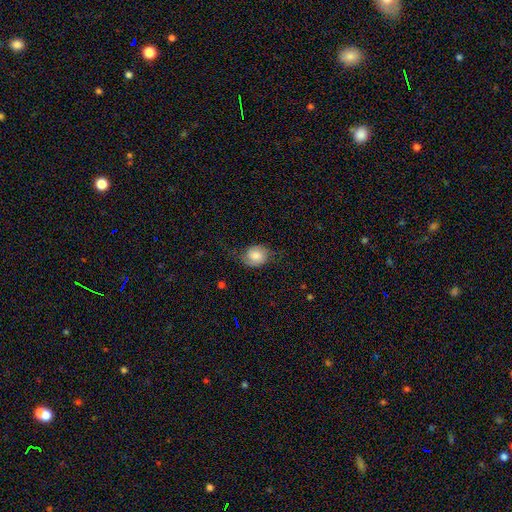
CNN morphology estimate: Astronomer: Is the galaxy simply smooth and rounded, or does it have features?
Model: smooth — 59%.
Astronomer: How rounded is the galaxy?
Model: round — 60% (runner-up: in between, 39%).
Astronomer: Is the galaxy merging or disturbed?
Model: none — 59%.